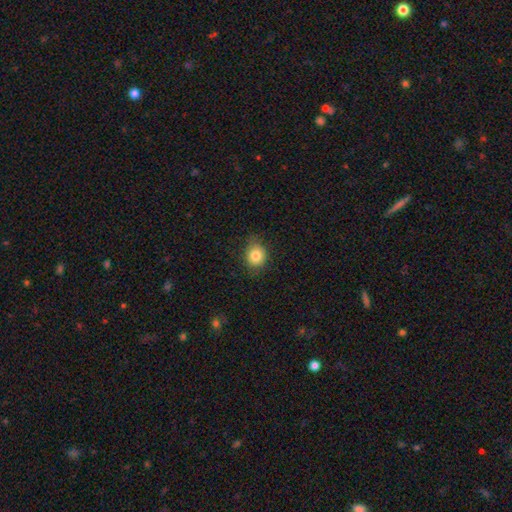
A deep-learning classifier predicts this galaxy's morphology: This appears to be a smooth galaxy with no disk features (83%) that is round (72%). Merging: none (76%).